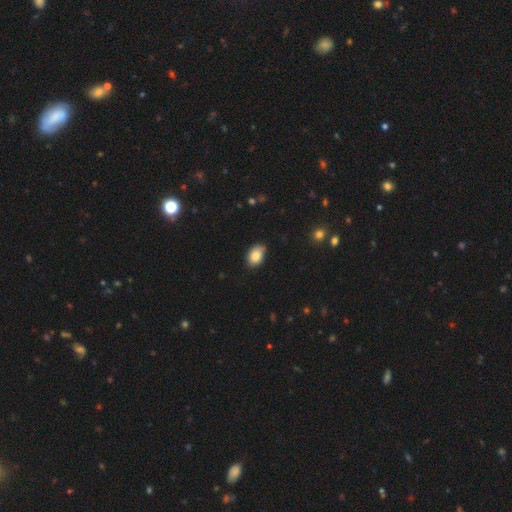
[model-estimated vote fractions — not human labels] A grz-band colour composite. It shows a smooth galaxy with no disk features (85%) that is in between round and cigar-shaped (84%). Merging: none (72%).